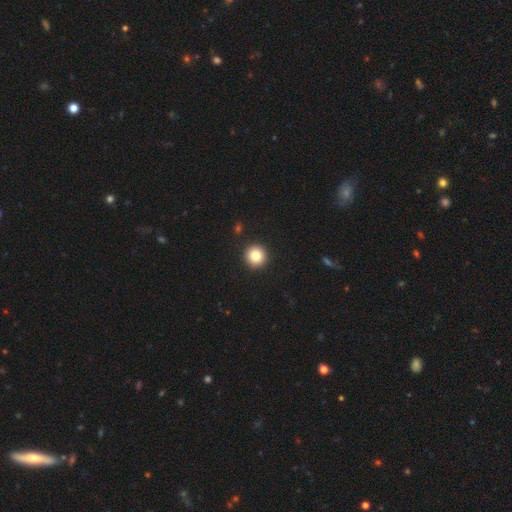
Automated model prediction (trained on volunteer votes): Smooth or featured?
  - smooth: 84% *
  - star or artifact: 10%
  - featured or disk: 6%
How rounded?
  - round: 95% *
  - in between: 4%
  - cigar-shaped: 1%
Merging?
  - none: 93% *
  - minor disturbance: 4%
  - major disturbance: 2%
  - merger: 1%